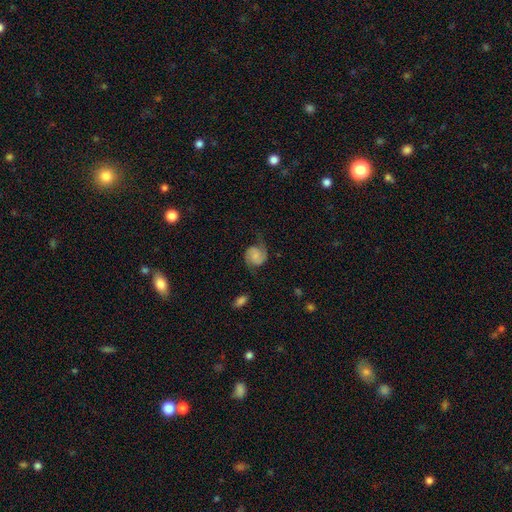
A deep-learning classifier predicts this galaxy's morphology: This appears to be a featured or disk galaxy (70%) with no bar (62%), 2 (88%) medium (46%) spiral arms (95%) and no central bulge (39%). Merging: none (63%).